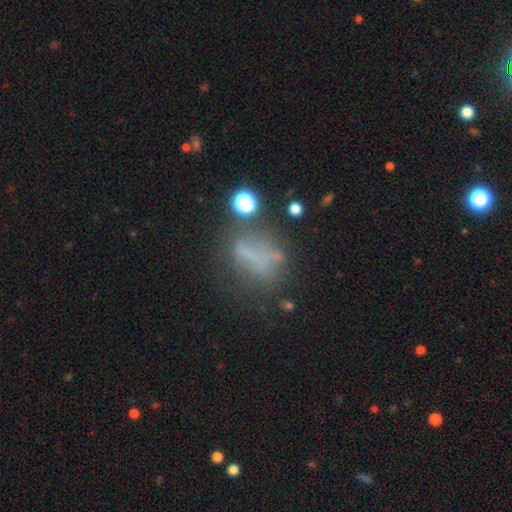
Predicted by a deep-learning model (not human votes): Overall: smooth (41%; featured or disk 34%). Merging: none (43%; major disturbance 25%).